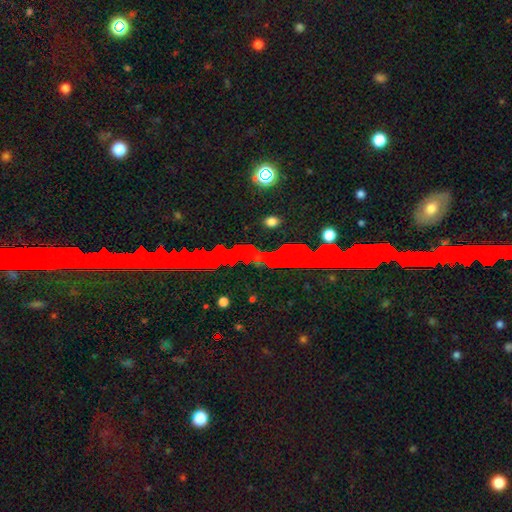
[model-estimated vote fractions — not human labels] This is likely a star or artifact rather than a galaxy (80%).